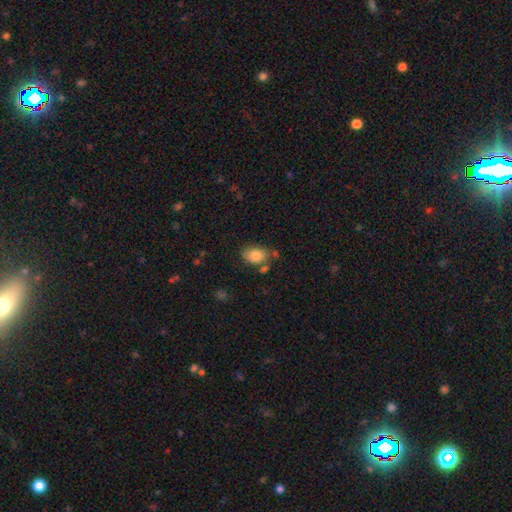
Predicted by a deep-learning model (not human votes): The model was most divided on "merging": none: 59%, minor disturbance: 22%, merger: 12%, major disturbance: 7%. More confident: smooth or featured — smooth (82%); how rounded — in between (79%).